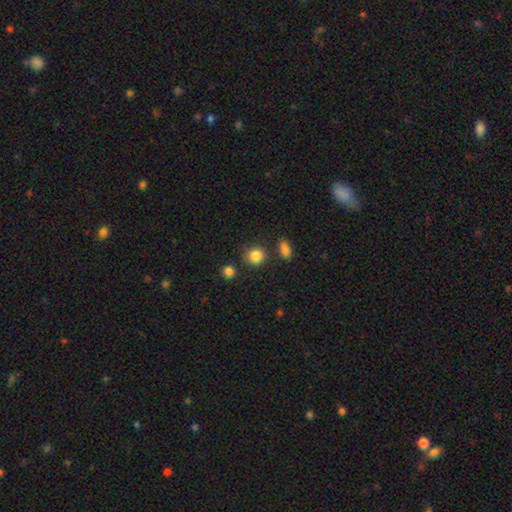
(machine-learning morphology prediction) The model was most divided on "merging": none: 82%, minor disturbance: 9%, merger: 6%, major disturbance: 3%. More confident: how rounded — round (87%); smooth or featured — smooth (85%).